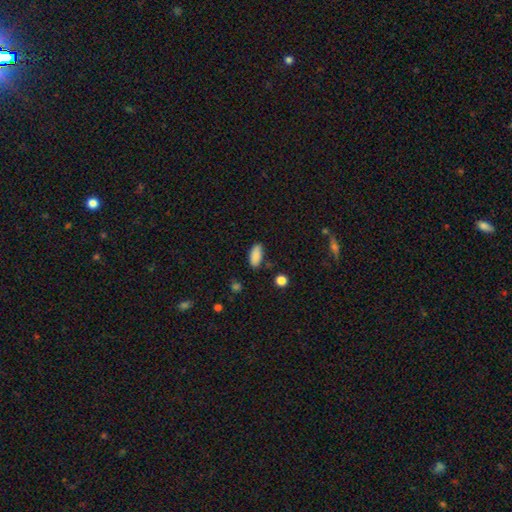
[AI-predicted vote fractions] A smooth galaxy with no disk features (88%) that is in between round and cigar-shaped (87%).

Vote fractions:
- Smooth or featured? smooth: 88% / star or artifact: 8% / featured or disk: 5%
- How rounded? in between: 87% / cigar-shaped: 10% / round: 3%
- Merging? none: 80% / minor disturbance: 14% / major disturbance: 3% / merger: 3%